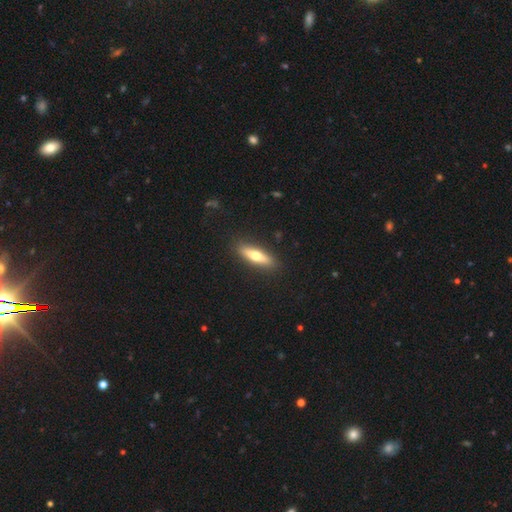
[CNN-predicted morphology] This is possibly a smooth galaxy (54%). How rounded: likely cigar-shaped (69%). Merging: clearly none (90%).